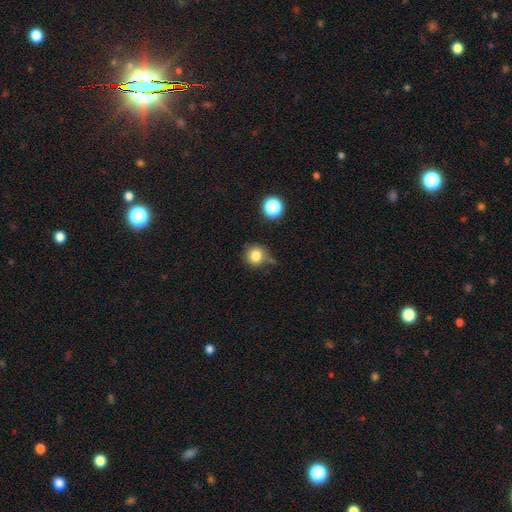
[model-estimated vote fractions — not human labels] Q: Smooth or featured?
A: smooth (81%); runner-up: star or artifact (12%)
Q: How rounded?
A: round (86%); runner-up: in between (13%)
Q: Merging?
A: none (62%); runner-up: minor disturbance (24%)